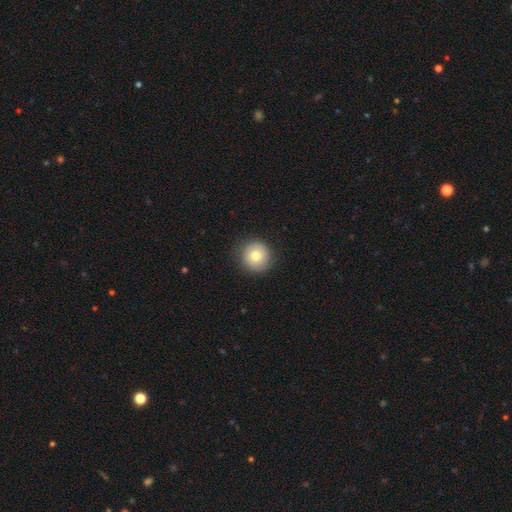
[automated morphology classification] smooth_or_featured: smooth (p=0.74) [alt: featured or disk p=0.17]
how_rounded: round (p=0.94) [alt: in between p=0.05]
merging: none (p=0.85) [alt: minor disturbance p=0.11]